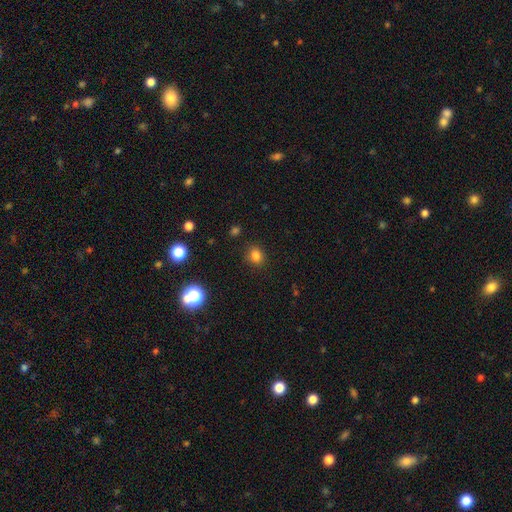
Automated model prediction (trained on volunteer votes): Smooth or featured?
  - smooth: 80% *
  - star or artifact: 14%
  - featured or disk: 5%
How rounded?
  - round: 65% *
  - in between: 34%
  - cigar-shaped: 1%
Merging?
  - none: 87% *
  - minor disturbance: 9%
  - major disturbance: 3%
  - merger: 1%